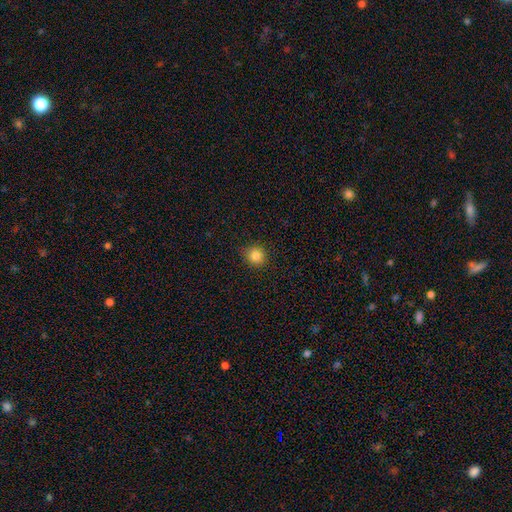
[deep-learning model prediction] This is clearly a smooth galaxy (83%). How rounded: clearly round (91%). Merging: clearly none (89%).